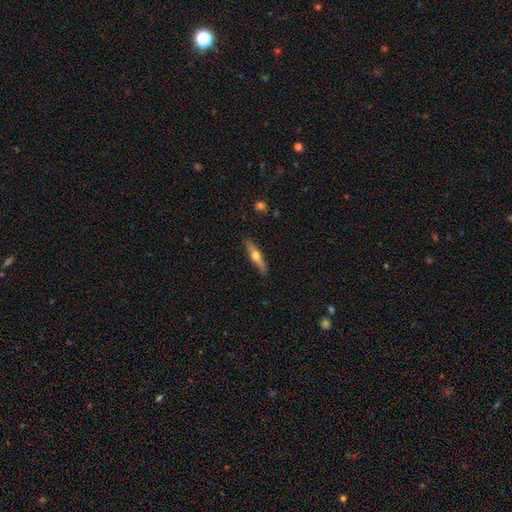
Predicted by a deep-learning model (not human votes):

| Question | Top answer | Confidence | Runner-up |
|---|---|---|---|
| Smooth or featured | featured or disk | 56% | smooth (38%) |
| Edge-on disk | yes | 94% | no (6%) |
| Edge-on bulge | rounded | 93% | none (4%) |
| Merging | none | 86% | minor disturbance (10%) |